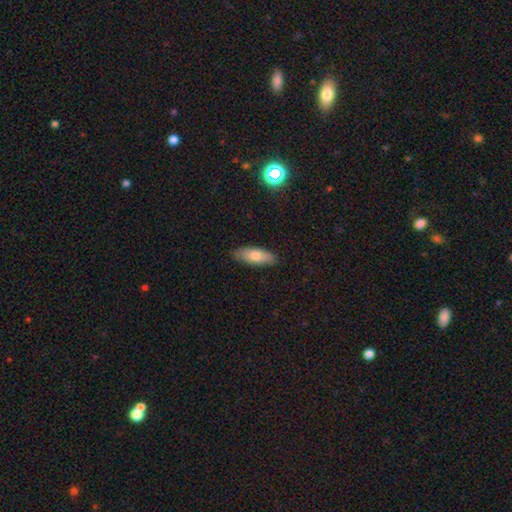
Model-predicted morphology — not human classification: type=smooth (76%); roundness=in between (69%); merging=none (85%).